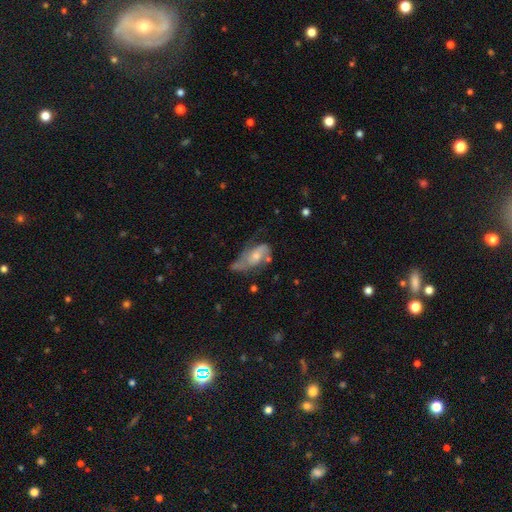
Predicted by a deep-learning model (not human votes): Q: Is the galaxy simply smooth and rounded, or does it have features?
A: featured or disk — 67%.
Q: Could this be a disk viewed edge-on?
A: no — 94%.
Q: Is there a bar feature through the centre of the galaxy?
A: no — 64%.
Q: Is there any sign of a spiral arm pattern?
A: yes — 82%.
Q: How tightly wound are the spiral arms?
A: medium — 43%.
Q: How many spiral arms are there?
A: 2 — 69%.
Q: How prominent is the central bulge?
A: moderate — 49%.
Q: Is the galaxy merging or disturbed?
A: none — 37%.